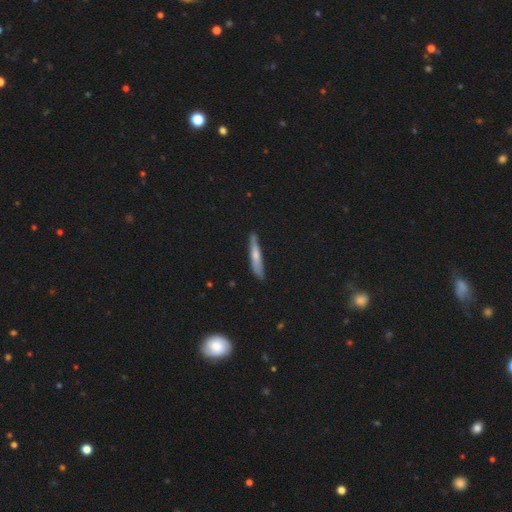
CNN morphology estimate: Smooth or featured? Predicted: smooth (p=0.56). How rounded? Predicted: cigar-shaped (p=0.91). Merging? Predicted: none (p=0.81).